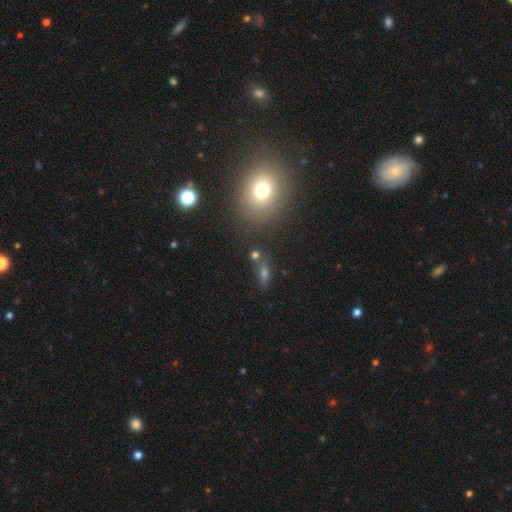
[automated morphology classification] Overall: smooth (50%; star or artifact 30%). How rounded: in between (54%; round 31%). Merging: none (67%).